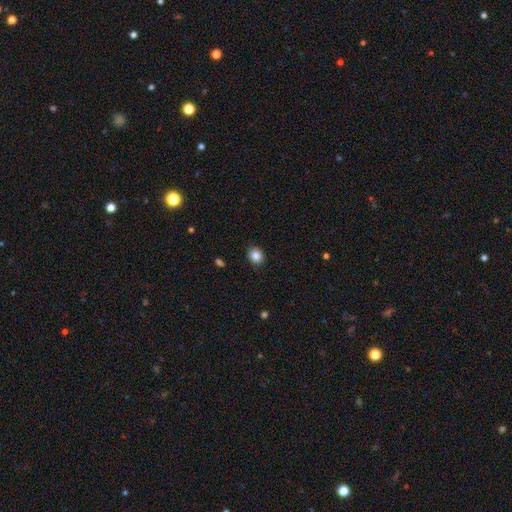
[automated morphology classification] Smooth or featured? smooth (86%)
How rounded? round (63%)
Merging? none (89%)